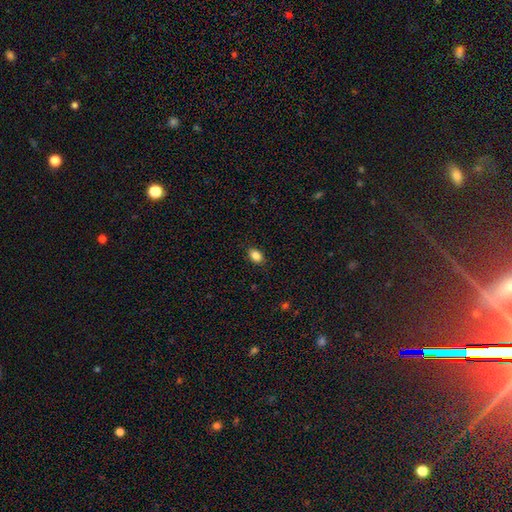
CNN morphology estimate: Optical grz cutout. It shows a smooth galaxy with no disk features (86%) that is in between round and cigar-shaped (82%). Merging: none (87%).